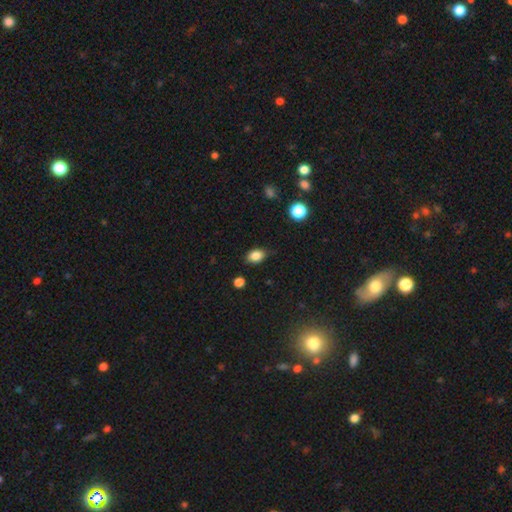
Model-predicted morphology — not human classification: Overall: smooth (85%). How rounded: in between (76%). Merging: none (76%).